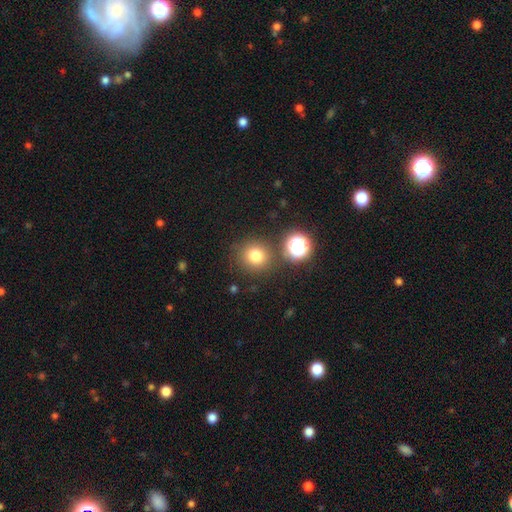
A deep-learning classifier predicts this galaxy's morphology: Smooth or featured?
  - smooth: 76% *
  - star or artifact: 16%
  - featured or disk: 8%
How rounded?
  - round: 91% *
  - in between: 8%
  - cigar-shaped: 1%
Merging?
  - none: 82% *
  - minor disturbance: 8%
  - merger: 6%
  - major disturbance: 3%